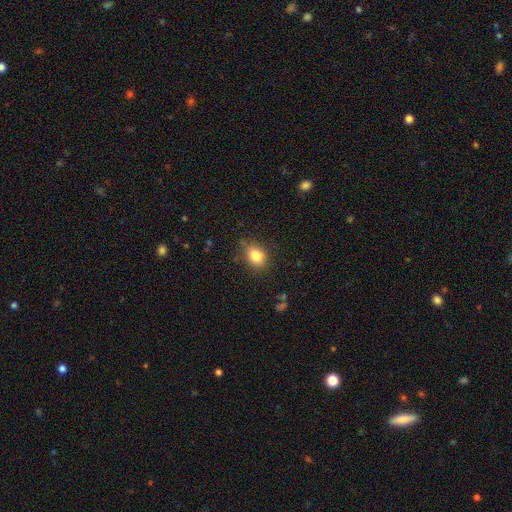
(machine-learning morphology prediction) Overall: smooth (82%). How rounded: in between (57%; round 42%). Merging: none (77%).